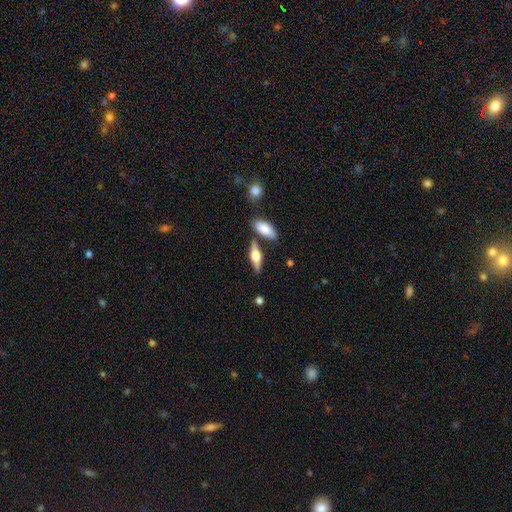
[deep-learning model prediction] Smooth or featured: featured or disk — 58% (smooth — 36%)
Edge-on disk: yes — 94% (no — 6%)
Edge-on bulge: rounded — 92% (boxy — 6%)
Merging: none — 75% (merger — 11%)